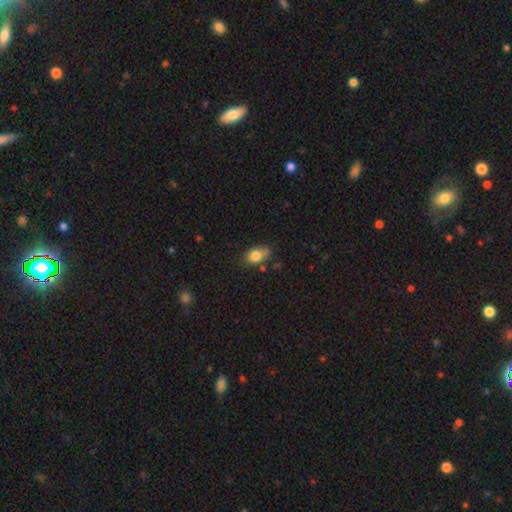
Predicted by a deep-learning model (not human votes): smooth 81%, featured or disk 10%, star or artifact 9%. Down the decision tree: how rounded — in between (72%); merging — none (57%).